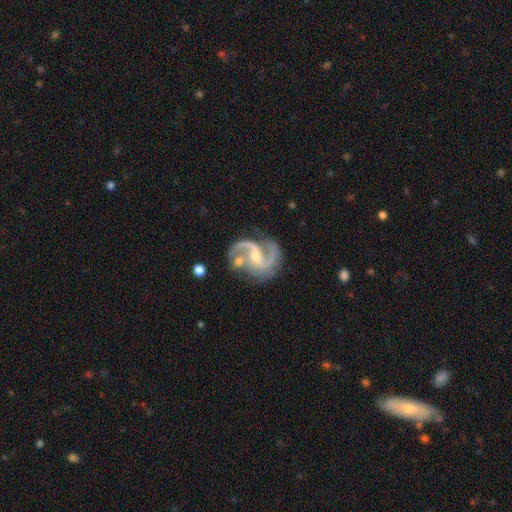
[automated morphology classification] This appears to be a featured or disk galaxy (92%) with a weak bar (47%), 2 (82%) medium (55%) spiral arms (98%) and a small central bulge (56%). Merging: none (59%).